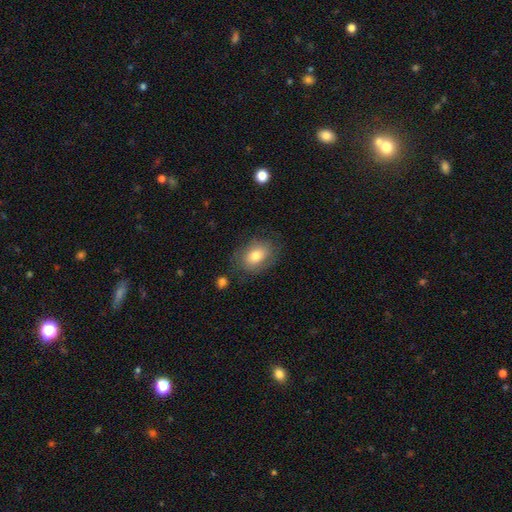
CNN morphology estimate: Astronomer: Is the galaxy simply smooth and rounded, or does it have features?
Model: smooth — 72%.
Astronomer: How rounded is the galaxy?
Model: in between — 68%.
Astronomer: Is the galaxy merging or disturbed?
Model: none — 73%.